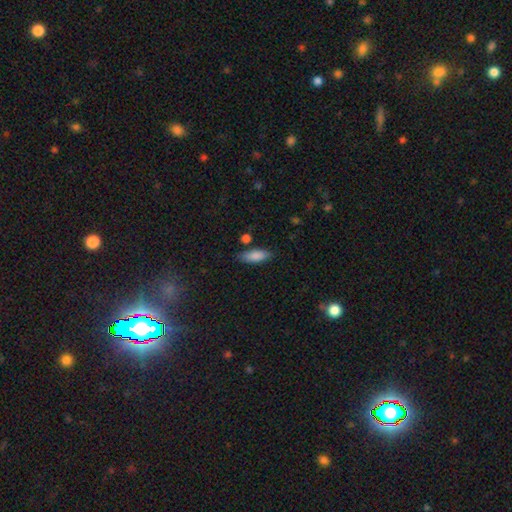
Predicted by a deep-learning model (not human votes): smooth 86%, featured or disk 7%, star or artifact 6%. Down the decision tree: how rounded — in between (68%); merging — none (80%).